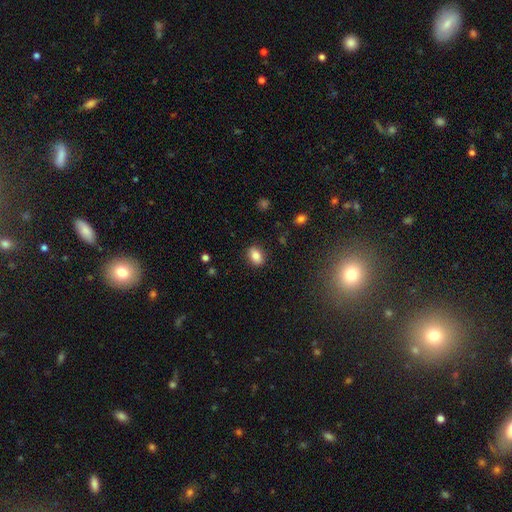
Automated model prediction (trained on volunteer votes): A smooth galaxy with no disk features (84%) that is in between round and cigar-shaped (80%).

Vote fractions:
- Smooth or featured? smooth: 84% / star or artifact: 9% / featured or disk: 7%
- How rounded? in between: 80% / round: 18% / cigar-shaped: 2%
- Merging? none: 86% / minor disturbance: 10% / major disturbance: 3% / merger: 1%